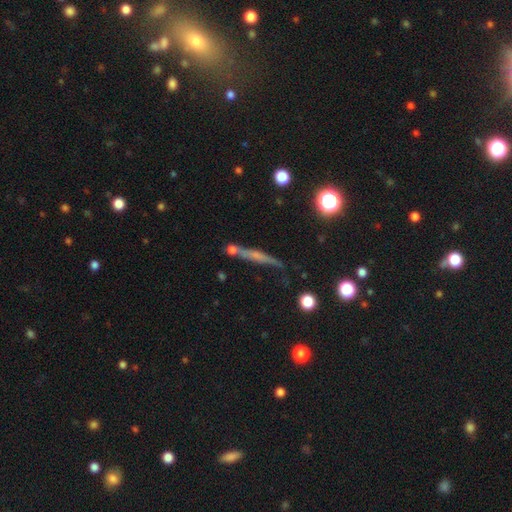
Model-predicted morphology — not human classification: A featured or disk galaxy (53%) viewed edge-on (91%).

Vote fractions:
- Smooth or featured? featured or disk: 53% / smooth: 35% / star or artifact: 12%
- Edge-on disk? yes: 91% / no: 9%
- Merging? none: 70% / minor disturbance: 15% / merger: 10% / major disturbance: 5%